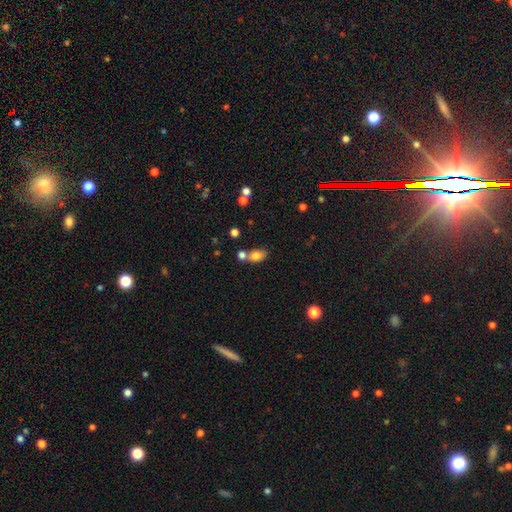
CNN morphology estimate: Smooth or featured: smooth — 80% (star or artifact — 10%)
How rounded: in between — 86% (round — 12%)
Merging: none — 52% (merger — 31%)